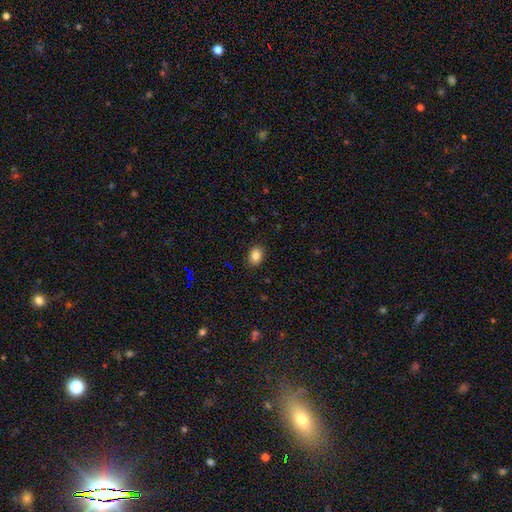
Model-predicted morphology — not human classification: A smooth galaxy with no disk features (84%) that is in between round and cigar-shaped (62%).

Vote fractions:
- Smooth or featured? smooth: 84% / star or artifact: 10% / featured or disk: 6%
- How rounded? in between: 62% / round: 37% / cigar-shaped: 1%
- Merging? none: 88% / minor disturbance: 8% / major disturbance: 2% / merger: 1%